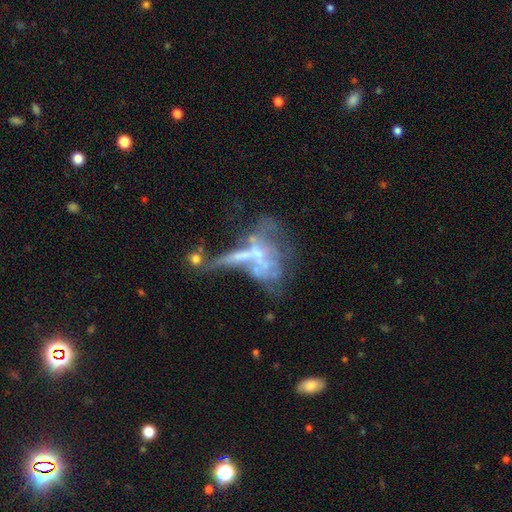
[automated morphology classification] Smooth or featured? Predicted: featured or disk (p=0.64). Edge-on disk? Predicted: no (p=0.87). Bar? Predicted: no (p=0.82). Spiral arms? Predicted: no (p=0.82). Bulge size? Predicted: small (p=0.37). Merging? Predicted: merger (p=0.41).